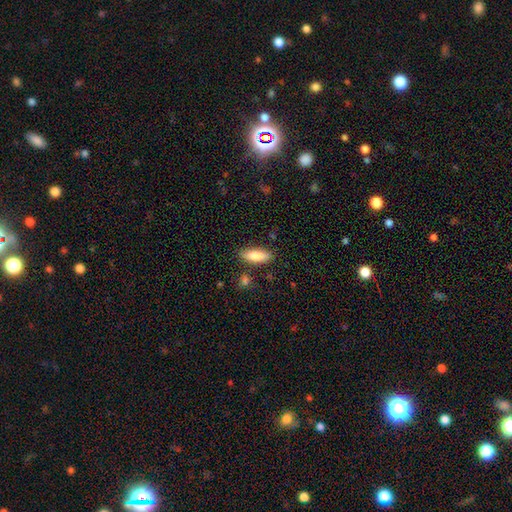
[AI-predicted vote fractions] A smooth galaxy with no disk features (83%) that is in between round and cigar-shaped (60%). Merging: none (82%).